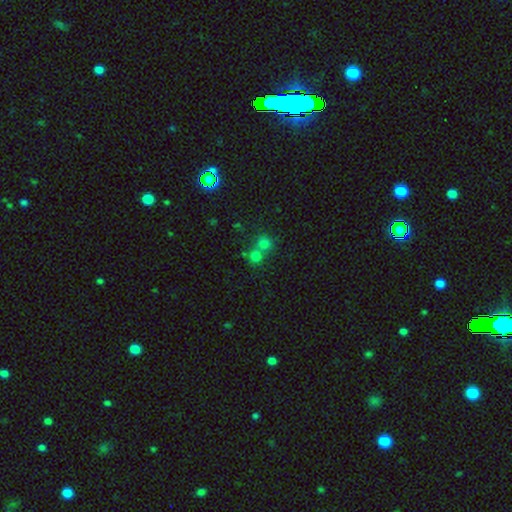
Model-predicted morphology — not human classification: This appears to be a smooth galaxy with no disk features (70%) that is round (88%). Merging: none (49%).